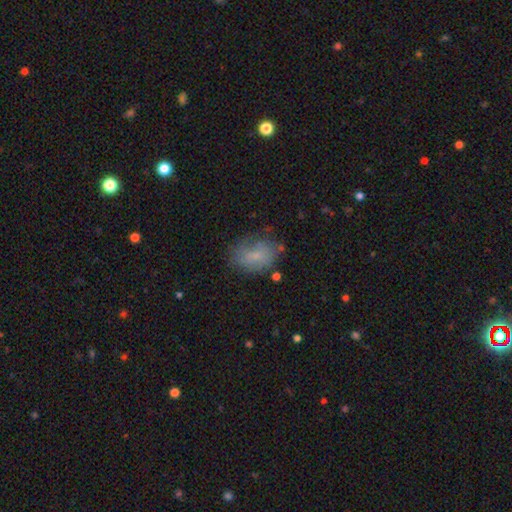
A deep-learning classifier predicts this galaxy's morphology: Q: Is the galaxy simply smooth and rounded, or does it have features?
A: smooth — 66%.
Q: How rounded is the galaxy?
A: in between — 76%.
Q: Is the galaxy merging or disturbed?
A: none — 57%.